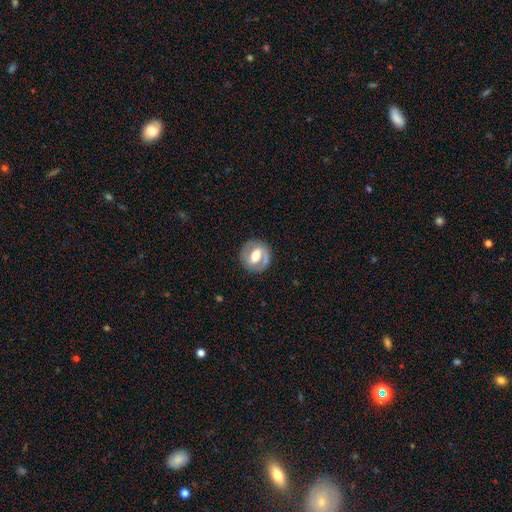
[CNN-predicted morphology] The model was most divided on "bar": weak: 42%, strong: 35%, no: 23%. More confident: edge-on disk — no (96%); merging — none (82%); smooth or featured — featured or disk (63%); spiral arms — yes (62%); bulge size — moderate (61%).